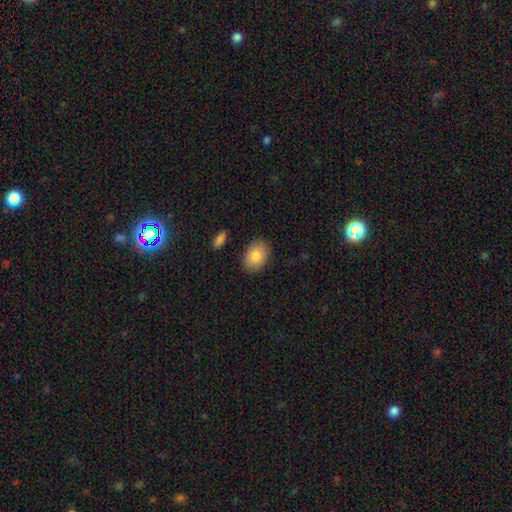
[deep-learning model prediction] smooth_or_featured: smooth (p=0.82) [alt: featured or disk p=0.11]
how_rounded: in between (p=0.82) [alt: round p=0.17]
merging: none (p=0.87) [alt: minor disturbance p=0.10]